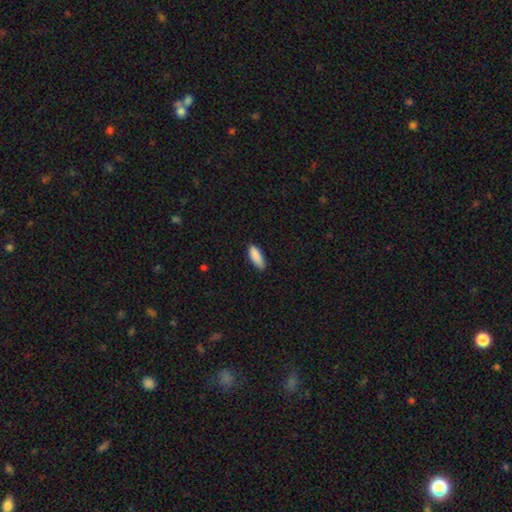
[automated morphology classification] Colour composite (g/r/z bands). It shows a smooth galaxy with no disk features (89%) that is in between round and cigar-shaped (66%). Merging: none (82%).